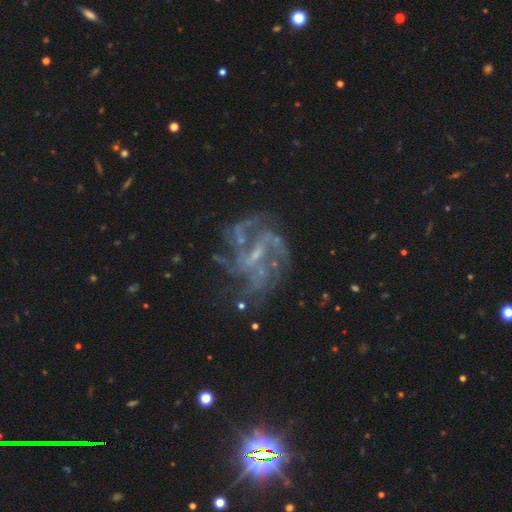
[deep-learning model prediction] Smooth or featured? Predicted: featured or disk (p=0.83). Edge-on disk? Predicted: no (p=0.97). Bar? Predicted: weak (p=0.49). Spiral arms? Predicted: yes (p=0.89). Spiral winding? Predicted: medium (p=0.48). Spiral arm count? Predicted: can't tell (p=0.26). Bulge size? Predicted: small (p=0.54). Merging? Predicted: none (p=0.57).